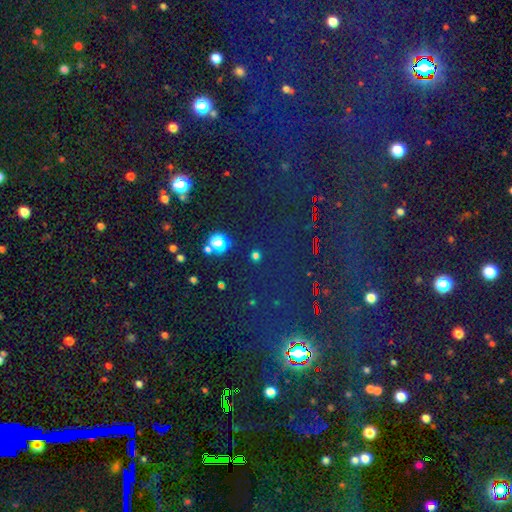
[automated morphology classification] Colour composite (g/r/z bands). It shows a star or artifact, not a galaxy (58%).